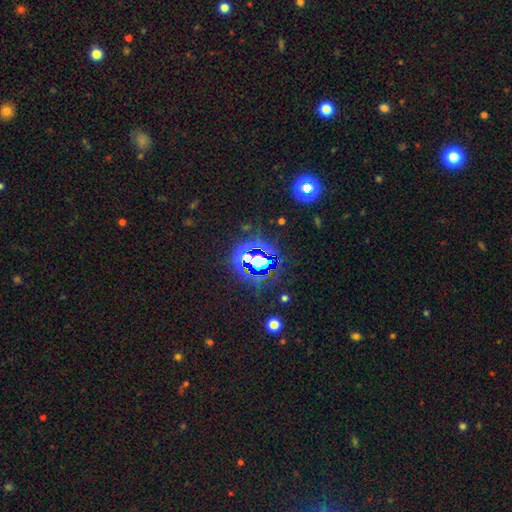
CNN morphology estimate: Smooth or featured?
  - star or artifact: 78% *
  - smooth: 13%
  - featured or disk: 9%